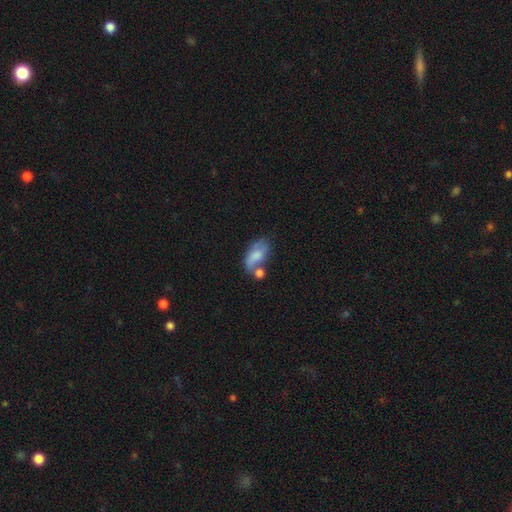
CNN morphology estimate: Smooth or featured? smooth (66%)
How rounded? in between (90%)
Merging? none (32%, tied with merger)